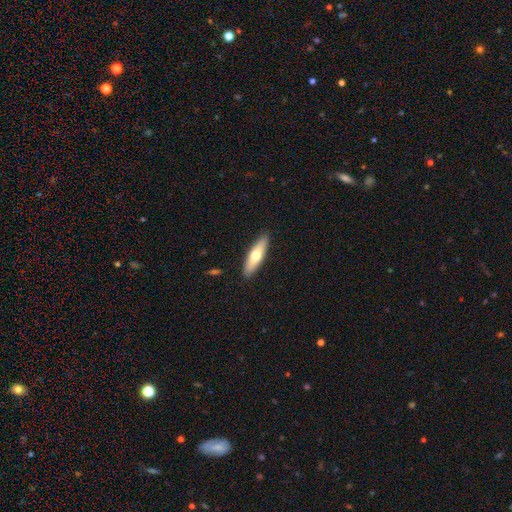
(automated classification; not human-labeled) A smooth galaxy with no disk features (61%) that is cigar-shaped (58%).

Vote fractions:
- Smooth or featured? smooth: 61% / featured or disk: 34% / star or artifact: 6%
- How rounded? cigar-shaped: 58% / in between: 40% / round: 2%
- Merging? none: 89% / minor disturbance: 8% / major disturbance: 2% / merger: 1%